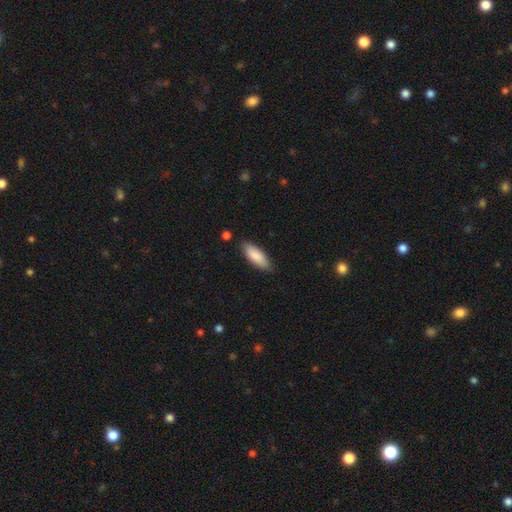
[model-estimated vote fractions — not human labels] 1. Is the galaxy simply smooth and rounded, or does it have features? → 86% smooth, 8% featured or disk, 5% star or artifact.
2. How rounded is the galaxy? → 70% in between, 29% cigar-shaped, 2% round.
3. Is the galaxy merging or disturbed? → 85% none, 11% minor disturbance, 2% major disturbance, 2% merger.